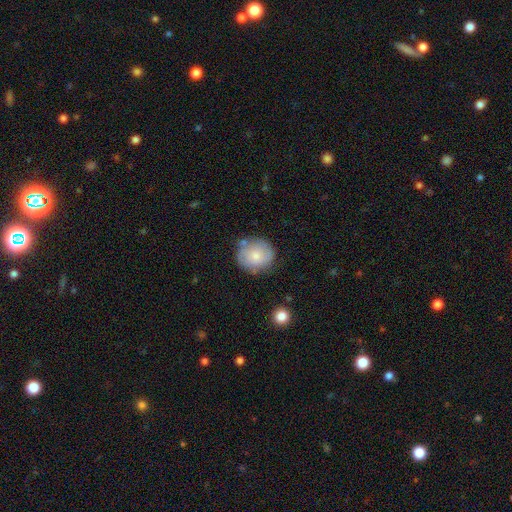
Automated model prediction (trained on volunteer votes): Smooth or featured?
  - smooth: 70% *
  - featured or disk: 24%
  - star or artifact: 7%
How rounded?
  - round: 86% *
  - in between: 13%
  - cigar-shaped: 1%
Merging?
  - none: 71% *
  - minor disturbance: 18%
  - merger: 6%
  - major disturbance: 5%